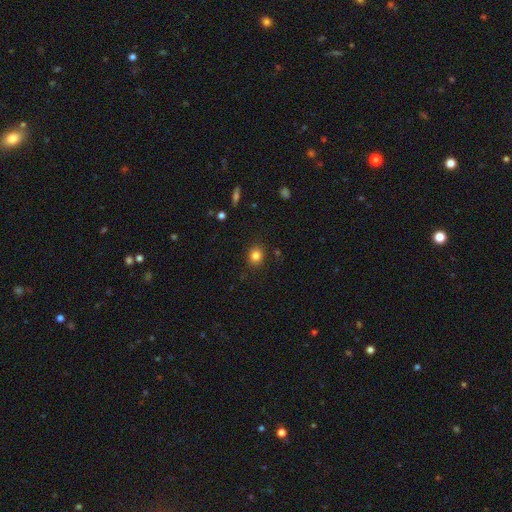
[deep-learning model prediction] Morphology: type=smooth (83%); roundness=round (73%); merging=none (88%).